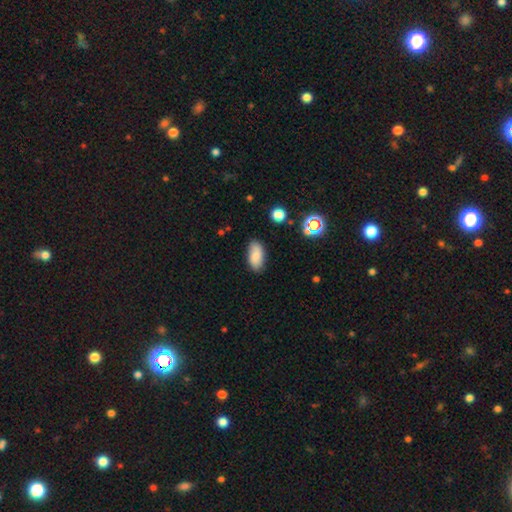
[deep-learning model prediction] Smooth or featured?
  - smooth: 80% *
  - featured or disk: 11%
  - star or artifact: 9%
How rounded?
  - in between: 92% *
  - cigar-shaped: 5%
  - round: 3%
Merging?
  - none: 82% *
  - minor disturbance: 13%
  - major disturbance: 2%
  - merger: 2%